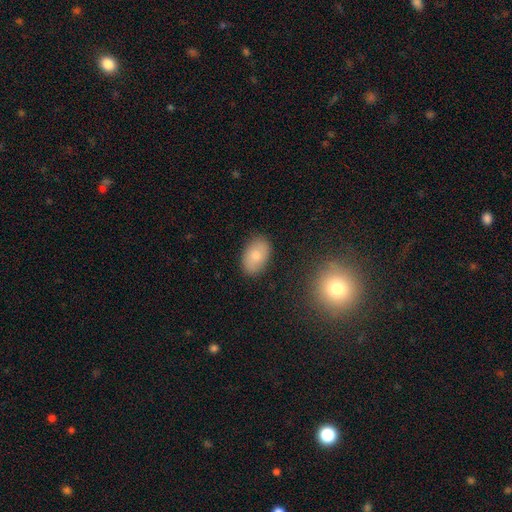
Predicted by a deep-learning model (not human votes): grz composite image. It shows a smooth galaxy with no disk features (75%) that is in between round and cigar-shaped (89%). Merging: none (85%).